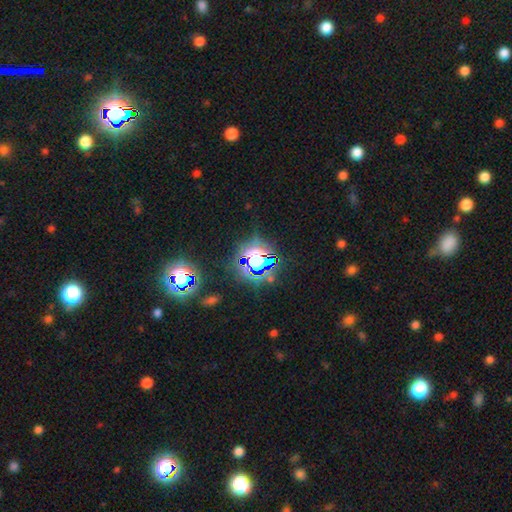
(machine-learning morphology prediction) This appears to be a star or artifact, not a galaxy (70%).